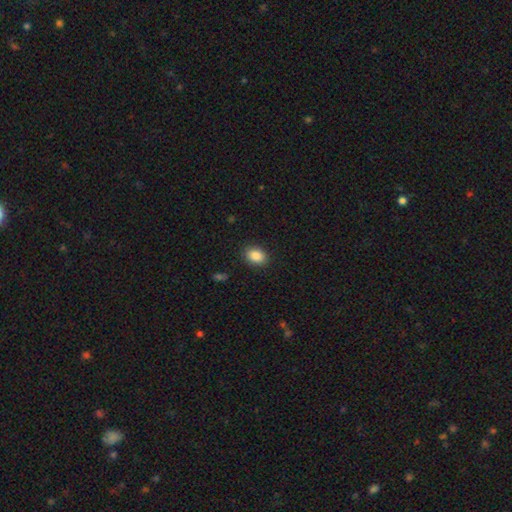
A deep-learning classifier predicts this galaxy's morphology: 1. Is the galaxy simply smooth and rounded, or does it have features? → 87% smooth, 8% star or artifact, 4% featured or disk.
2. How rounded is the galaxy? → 75% in between, 24% round, 1% cigar-shaped.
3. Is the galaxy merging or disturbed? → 88% none, 8% minor disturbance, 2% major disturbance, 1% merger.